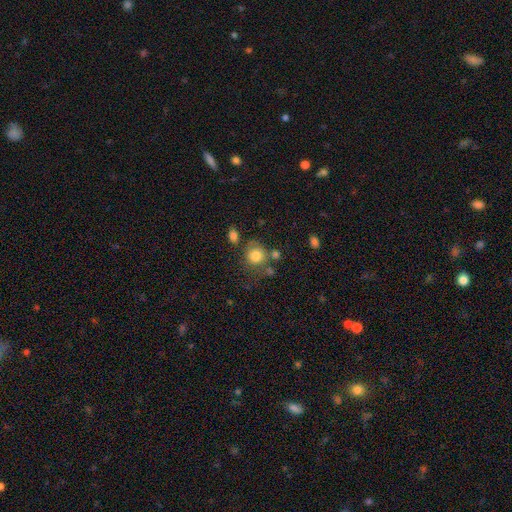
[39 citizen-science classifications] Morphology: type=smooth (90%); roundness=round (66%); merging=none (51%).